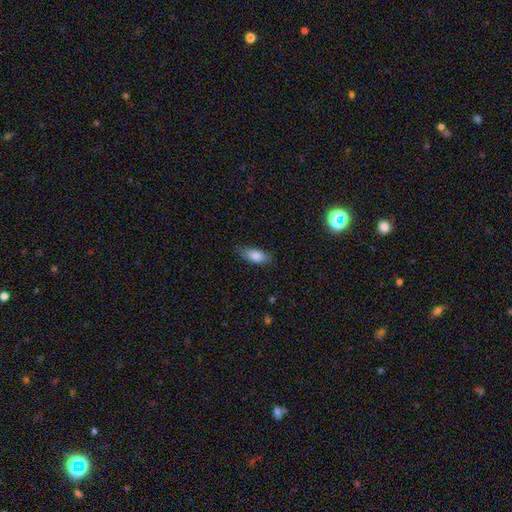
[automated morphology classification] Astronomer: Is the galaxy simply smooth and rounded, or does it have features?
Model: smooth — 82%.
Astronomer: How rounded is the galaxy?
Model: in between — 80%.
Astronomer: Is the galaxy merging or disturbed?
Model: none — 73%.